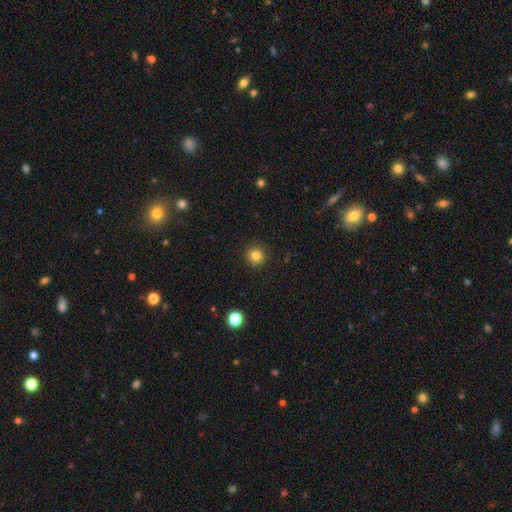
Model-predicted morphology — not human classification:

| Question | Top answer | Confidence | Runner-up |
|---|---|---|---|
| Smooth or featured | smooth | 82% | star or artifact (12%) |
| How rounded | round | 94% | in between (5%) |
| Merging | none | 91% | minor disturbance (6%) |